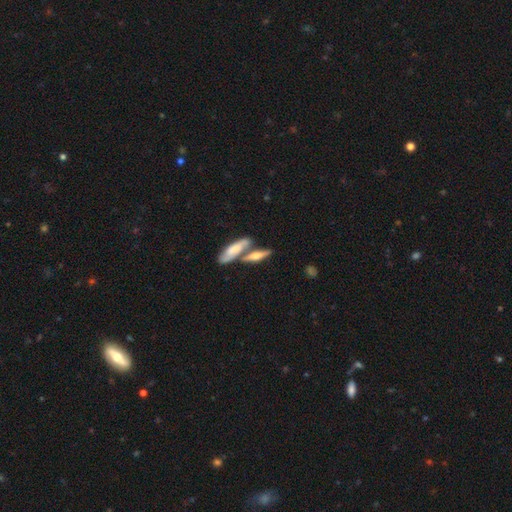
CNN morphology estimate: Q: Smooth or featured?
A: featured or disk (47%); runner-up: smooth (46%)
Q: Merging?
A: none (47%); runner-up: merger (39%)